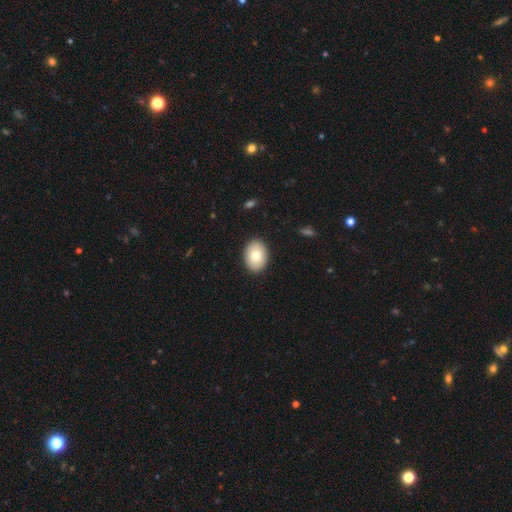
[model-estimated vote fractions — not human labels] Smooth or featured? smooth (80%)
How rounded? in between (74%)
Merging? none (90%)